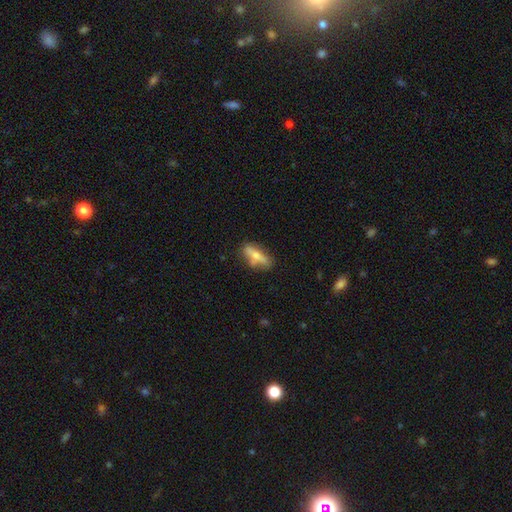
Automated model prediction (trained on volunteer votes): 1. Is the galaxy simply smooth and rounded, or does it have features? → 58% smooth, 35% featured or disk, 7% star or artifact.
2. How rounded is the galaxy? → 52% cigar-shaped, 44% in between, 3% round.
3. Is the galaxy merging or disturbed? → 66% none, 21% minor disturbance, 7% merger, 6% major disturbance.